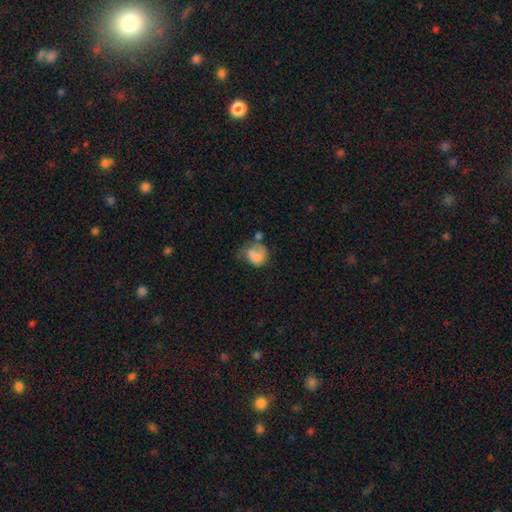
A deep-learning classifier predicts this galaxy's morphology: smooth-or-featured: smooth: 67% | featured or disk: 24% | star or artifact: 9%
  how-rounded: round: 56% | in between: 43% | cigar-shaped: 1%
  merging: none: 29% | major disturbance: 27% | minor disturbance: 26% | merger: 18%